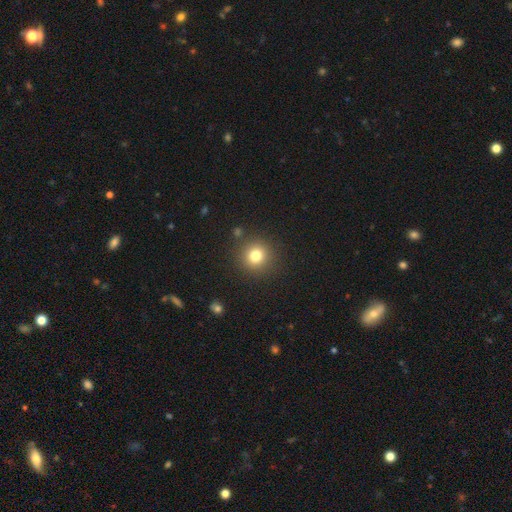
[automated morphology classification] Smooth or featured?
  - smooth: 79% *
  - star or artifact: 14%
  - featured or disk: 8%
How rounded?
  - round: 92% *
  - in between: 7%
  - cigar-shaped: 1%
Merging?
  - none: 88% *
  - minor disturbance: 7%
  - major disturbance: 3%
  - merger: 2%